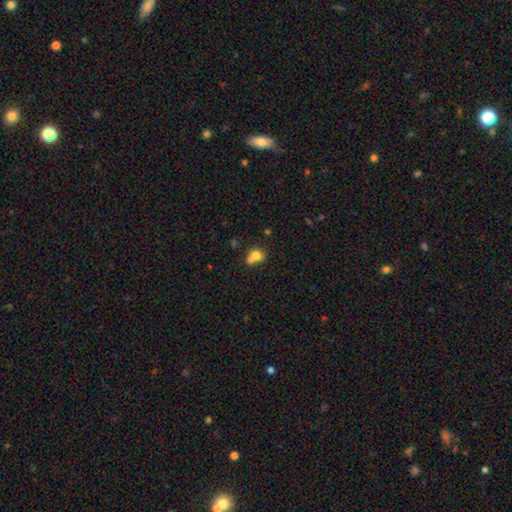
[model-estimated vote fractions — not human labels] Smooth or featured? smooth (74%)
How rounded? round (70%)
Merging? merger (55%)